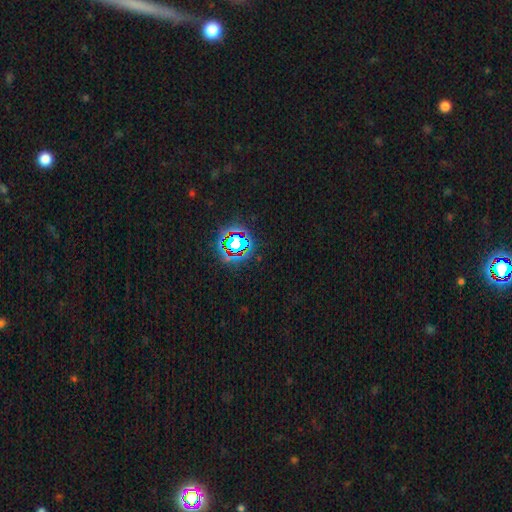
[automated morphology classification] smooth-or-featured: star or artifact: 72% | smooth: 19% | featured or disk: 9%